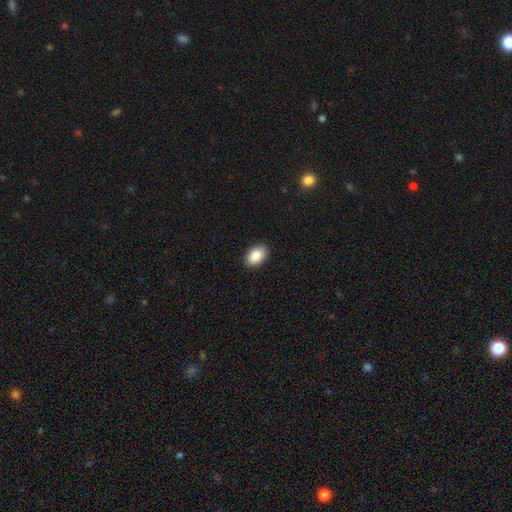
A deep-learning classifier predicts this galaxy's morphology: smooth-or-featured: smooth: 89% | star or artifact: 7% | featured or disk: 4%
  how-rounded: in between: 89% | round: 9% | cigar-shaped: 1%
  merging: none: 90% | minor disturbance: 7% | major disturbance: 2% | merger: 1%